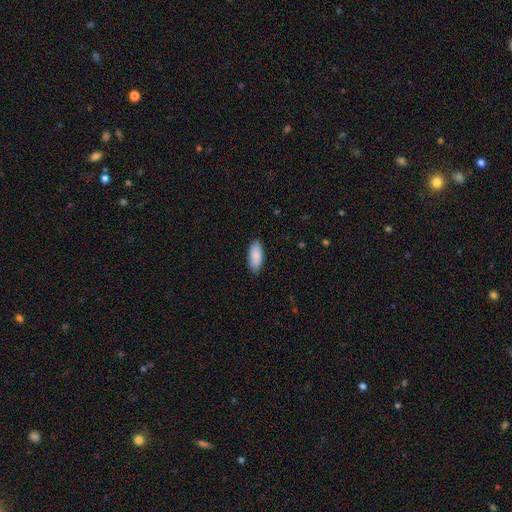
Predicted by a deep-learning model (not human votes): smooth 89%, featured or disk 6%, star or artifact 5%. Down the decision tree: how rounded — in between (85%); merging — none (86%).